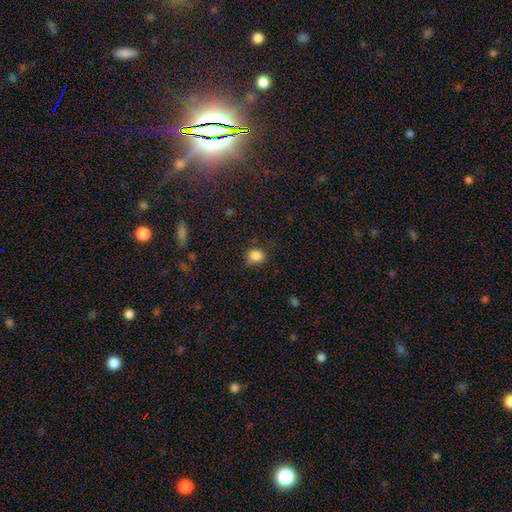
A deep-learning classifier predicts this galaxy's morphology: Smooth or featured: smooth — 84% (star or artifact — 11%)
How rounded: round — 64% (in between — 34%)
Merging: none — 69% (minor disturbance — 23%)